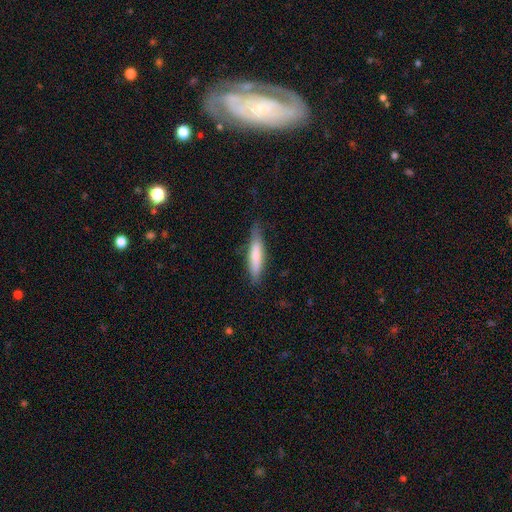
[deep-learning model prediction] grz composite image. It shows a smooth galaxy with no disk features (71%) that is cigar-shaped (81%). Merging: none (75%).